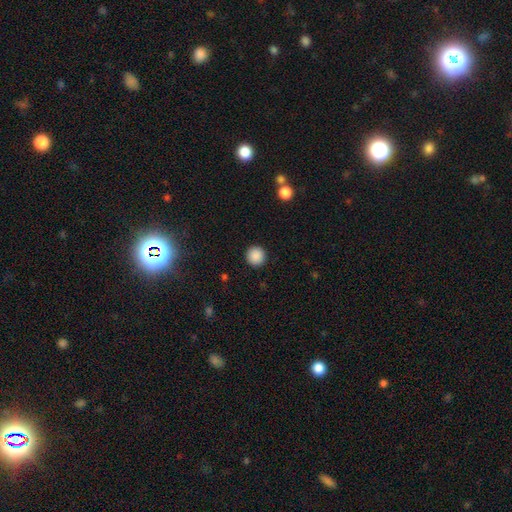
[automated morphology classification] Q: Smooth or featured?
A: smooth (89%); runner-up: star or artifact (9%)
Q: How rounded?
A: round (96%); runner-up: in between (3%)
Q: Merging?
A: none (93%); runner-up: minor disturbance (4%)